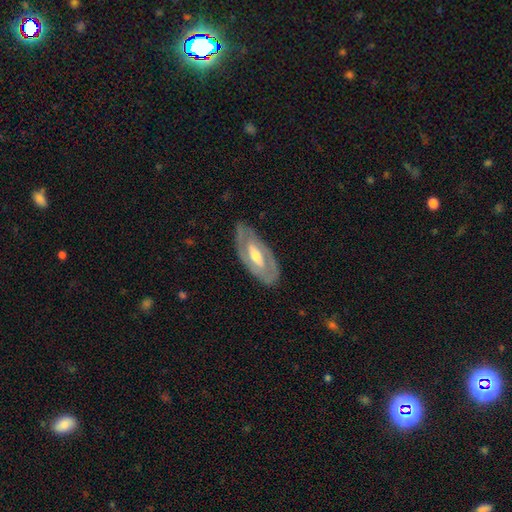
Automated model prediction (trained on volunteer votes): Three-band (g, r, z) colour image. It shows a featured or disk galaxy (77%) with a weak bar (40%), spiral arms (66%) and a moderate central bulge (66%). Merging: none (82%).